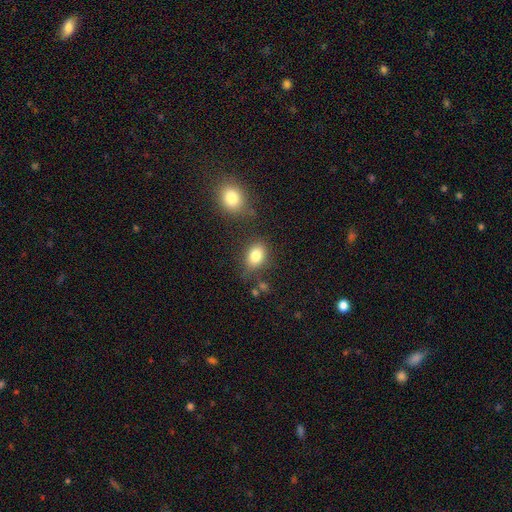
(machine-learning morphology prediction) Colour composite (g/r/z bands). It shows a smooth galaxy with no disk features (82%) that is in between round and cigar-shaped (71%). Merging: none (72%).